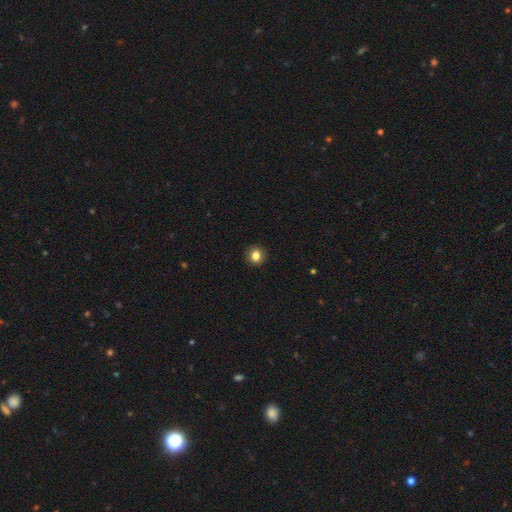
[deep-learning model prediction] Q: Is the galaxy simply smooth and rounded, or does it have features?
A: smooth — 83%.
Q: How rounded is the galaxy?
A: round — 90%.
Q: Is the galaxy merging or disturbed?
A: none — 92%.